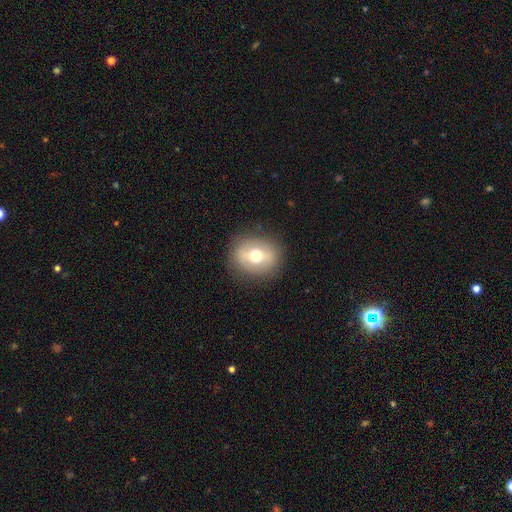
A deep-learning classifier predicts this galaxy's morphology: A smooth galaxy with no disk features (59%) that is round (73%). Merging: none (85%).